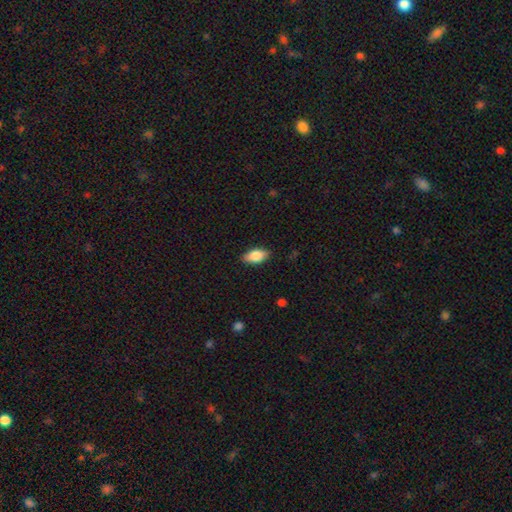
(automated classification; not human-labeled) This appears to be a smooth galaxy with no disk features (83%) that is in between round and cigar-shaped (91%). Merging: none (87%).